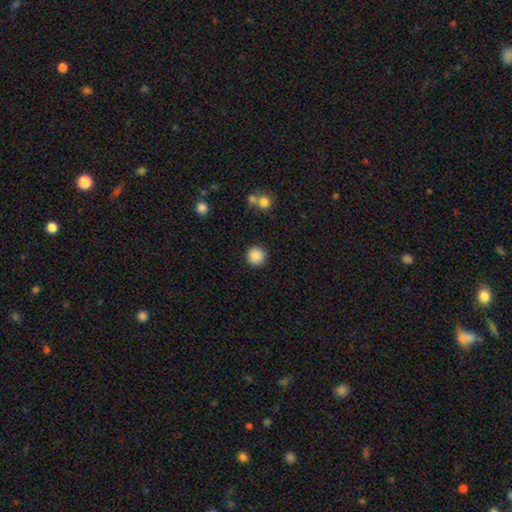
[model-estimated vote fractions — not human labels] This is clearly a smooth galaxy (88%). How rounded: clearly round (95%). Merging: clearly none (91%).